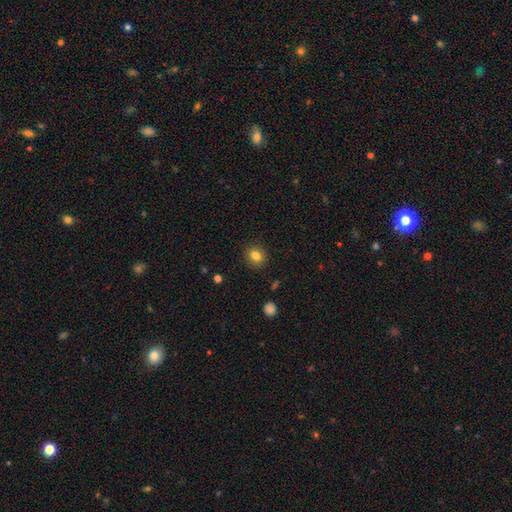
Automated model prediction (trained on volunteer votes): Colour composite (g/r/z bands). It shows a smooth galaxy with no disk features (81%) that is round (61%). Merging: none (88%).